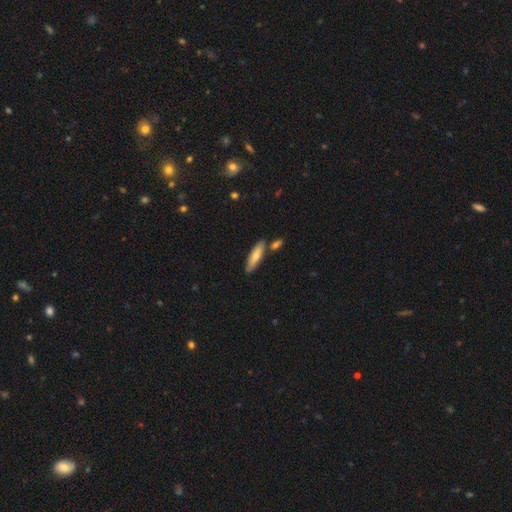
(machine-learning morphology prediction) This is likely a smooth galaxy (62%). How rounded: possibly cigar-shaped (59%). Merging: likely none (77%).